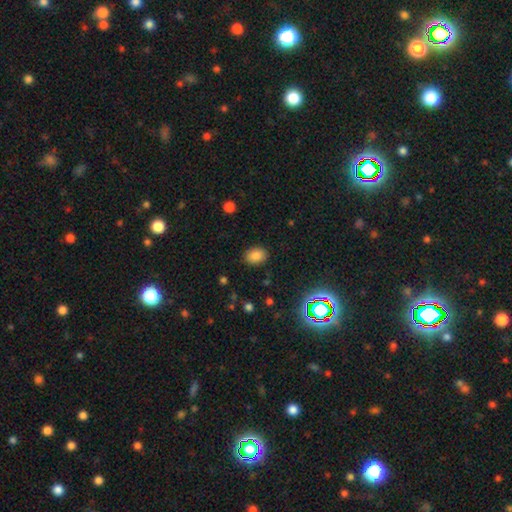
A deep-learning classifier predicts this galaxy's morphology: Smooth or featured? Predicted: smooth (p=0.83). How rounded? Predicted: in between (p=0.75). Merging? Predicted: none (p=0.87).